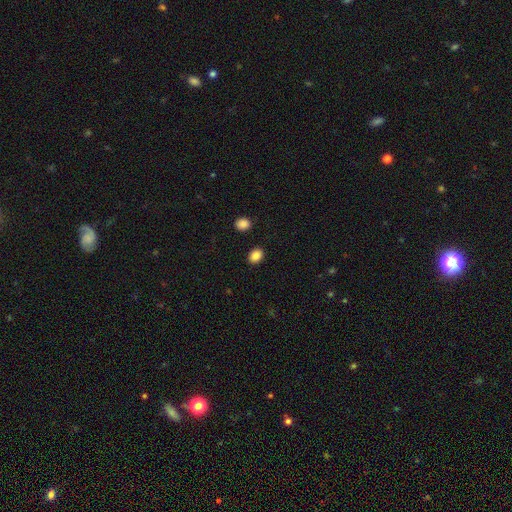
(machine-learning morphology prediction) type=smooth (86%); roundness=in between (56%); merging=none (88%).